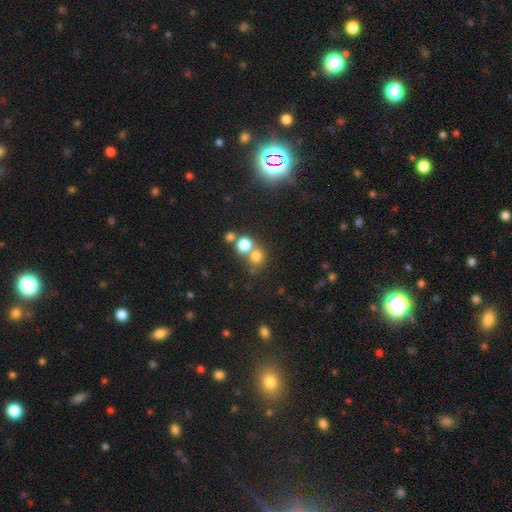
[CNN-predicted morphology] Overall: smooth (73%). How rounded: round (85%). Merging: none (51%; merger 38%).